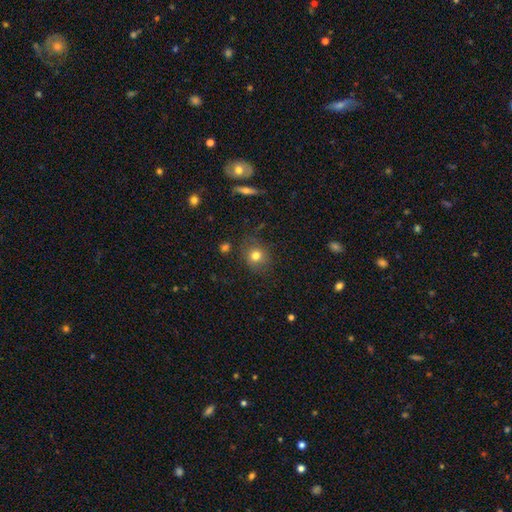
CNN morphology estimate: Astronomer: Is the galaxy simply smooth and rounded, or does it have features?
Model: smooth — 76%.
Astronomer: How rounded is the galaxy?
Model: round — 75%.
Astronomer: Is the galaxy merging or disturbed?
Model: none — 80%.